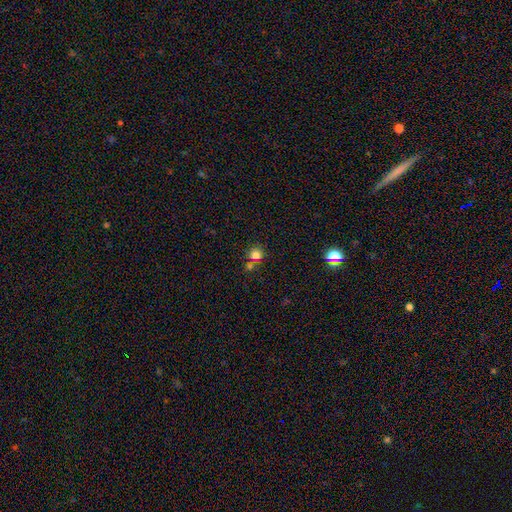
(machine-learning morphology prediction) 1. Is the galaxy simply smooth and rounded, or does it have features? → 78% smooth, 16% star or artifact, 7% featured or disk.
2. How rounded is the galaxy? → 89% round, 10% in between, 1% cigar-shaped.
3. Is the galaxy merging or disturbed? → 63% none, 26% merger, 8% minor disturbance, 3% major disturbance.